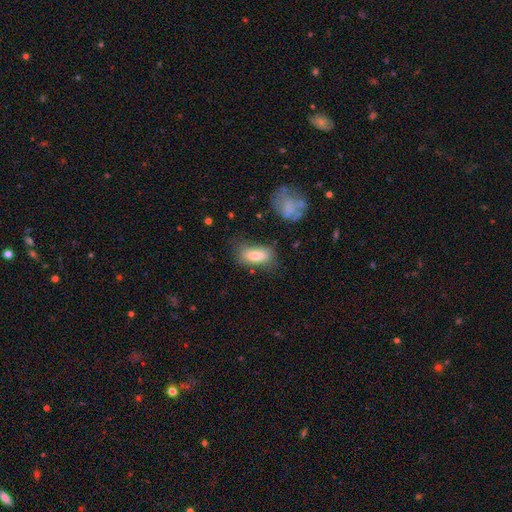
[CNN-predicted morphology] smooth 79%, featured or disk 13%, star or artifact 7%. Down the decision tree: how rounded — in between (85%); merging — none (65%).